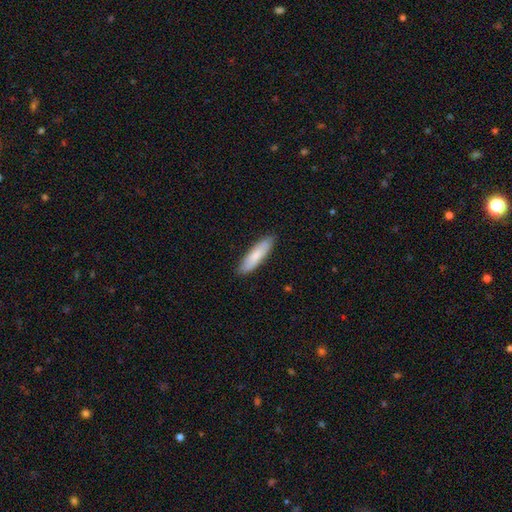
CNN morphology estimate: This is likely a smooth galaxy (79%). How rounded: likely cigar-shaped (69%). Merging: clearly none (87%).